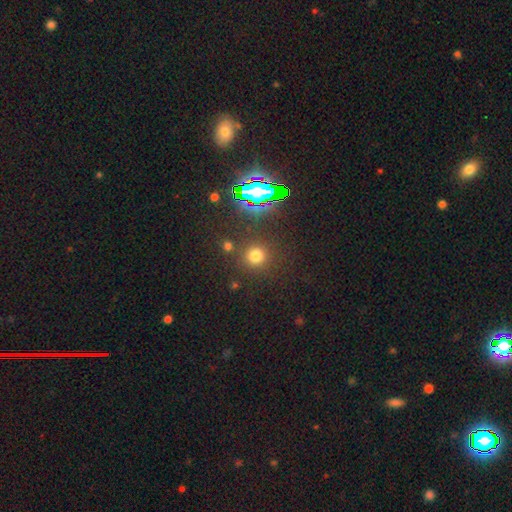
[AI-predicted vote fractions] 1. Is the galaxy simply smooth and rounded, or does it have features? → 70% smooth, 25% star or artifact, 6% featured or disk.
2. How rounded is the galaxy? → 92% round, 6% in between, 1% cigar-shaped.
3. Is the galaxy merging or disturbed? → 84% none, 7% minor disturbance, 5% merger, 4% major disturbance.